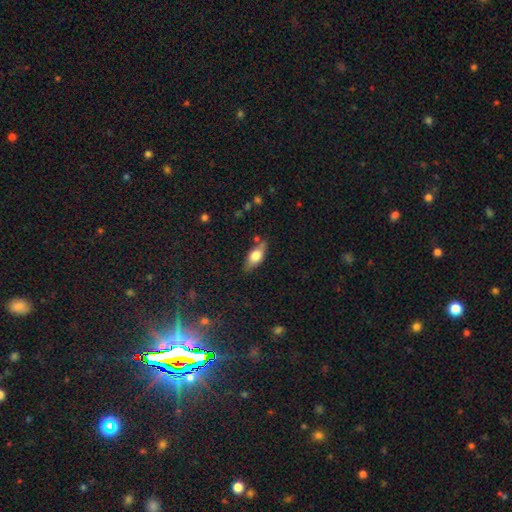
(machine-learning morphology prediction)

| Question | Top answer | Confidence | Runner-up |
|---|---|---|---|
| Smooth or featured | smooth | 63% | featured or disk (29%) |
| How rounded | in between | 79% | cigar-shaped (17%) |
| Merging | none | 73% | minor disturbance (19%) |